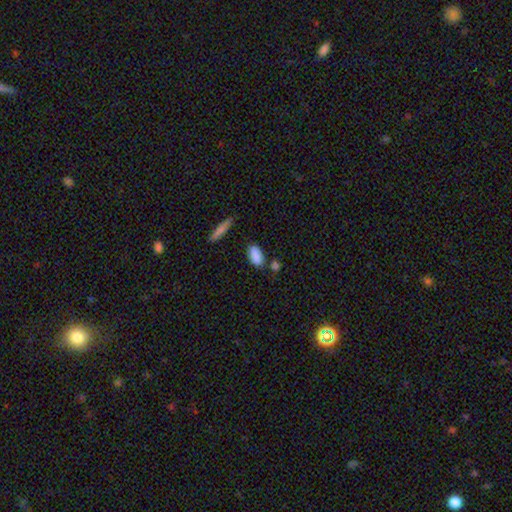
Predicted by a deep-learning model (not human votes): Overall: smooth (87%). How rounded: in between (88%). Merging: none (72%).